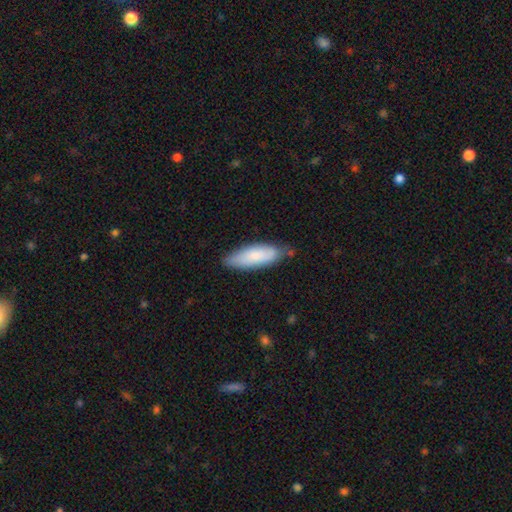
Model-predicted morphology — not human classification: Smooth or featured? Predicted: smooth (p=0.76). How rounded? Predicted: in between (p=0.64). Merging? Predicted: none (p=0.71).